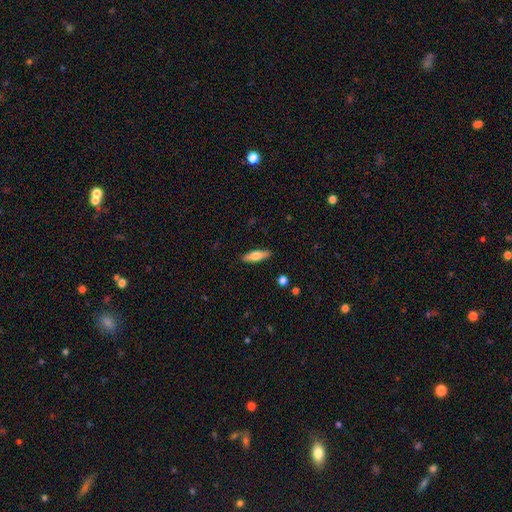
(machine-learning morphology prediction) This appears to be a smooth galaxy with no disk features (60%) that is cigar-shaped (58%). Merging: none (89%).